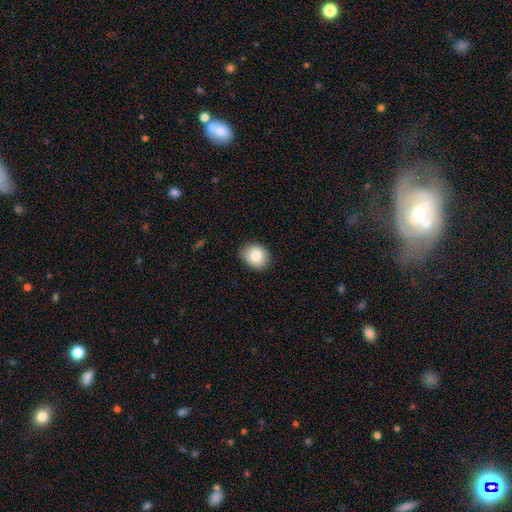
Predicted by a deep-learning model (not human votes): Smooth or featured? Predicted: smooth (p=0.83). How rounded? Predicted: round (p=0.58). Merging? Predicted: none (p=0.85).